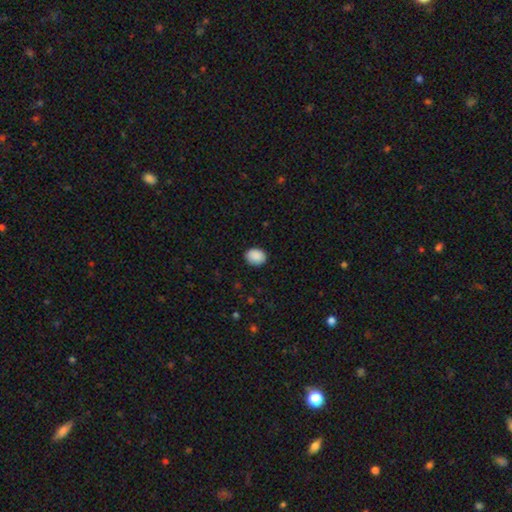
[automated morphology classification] smooth 90%, star or artifact 8%, featured or disk 3%. Down the decision tree: how rounded — in between (52%); merging — none (88%).